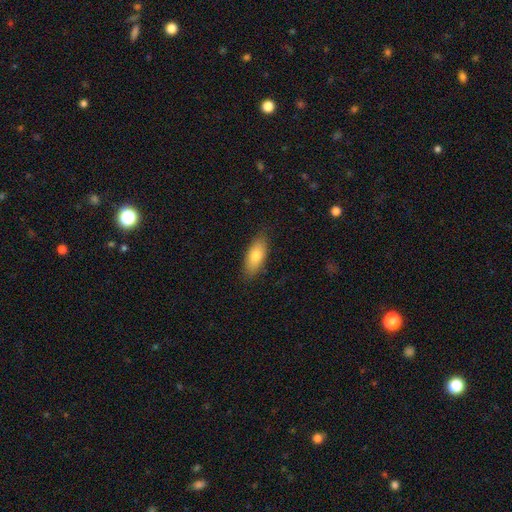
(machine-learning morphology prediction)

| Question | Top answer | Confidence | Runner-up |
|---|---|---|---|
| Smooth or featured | smooth | 78% | featured or disk (16%) |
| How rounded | in between | 80% | cigar-shaped (17%) |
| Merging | none | 84% | minor disturbance (12%) |